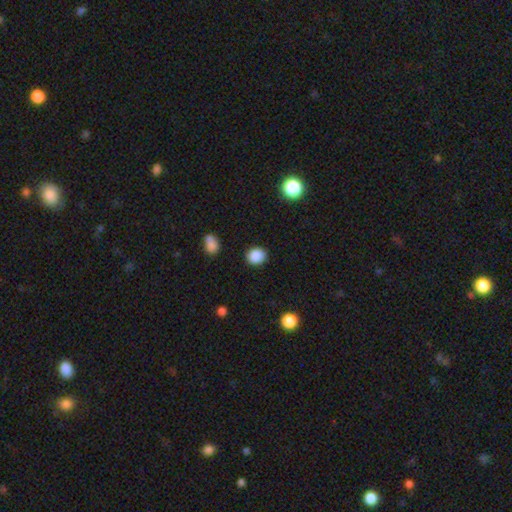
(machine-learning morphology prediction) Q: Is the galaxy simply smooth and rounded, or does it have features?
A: smooth — 87%.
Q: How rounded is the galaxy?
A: round — 69%.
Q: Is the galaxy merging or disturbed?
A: none — 88%.